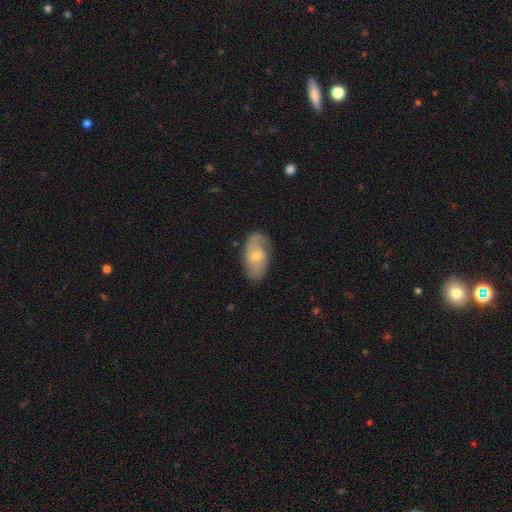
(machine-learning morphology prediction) smooth-or-featured: featured or disk: 65% | smooth: 28% | star or artifact: 7%
  disk-edge-on: no: 94% | yes: 6%
    bar: no: 52% | weak: 40% | strong: 7%
    has-spiral-arms: yes: 88% | no: 12%
      spiral-winding: medium: 44% | tight: 29% | loose: 28%
      spiral-arm-count: 2: 72% | can't tell: 15% | 1: 7% | 3: 3% | 4: 1% | more than 4: 1%
    bulge-size: moderate: 48% | small: 46% | large: 2% | none: 2% | dominant: 1%
  merging: none: 76% | minor disturbance: 18% | major disturbance: 5% | merger: 1%